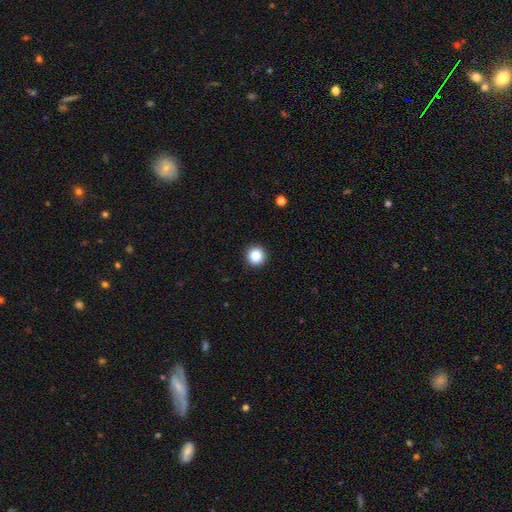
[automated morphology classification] Smooth or featured? smooth (87%)
How rounded? round (96%)
Merging? none (93%)